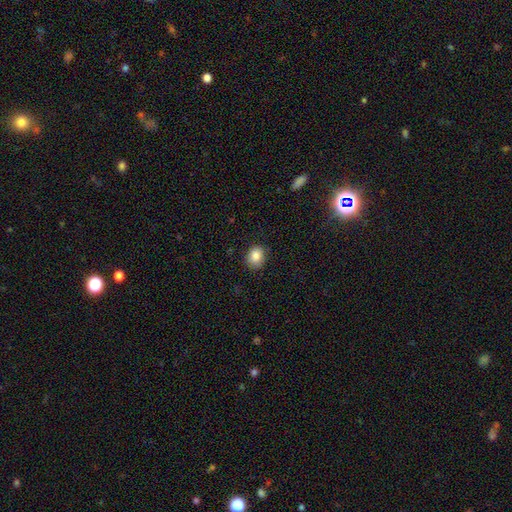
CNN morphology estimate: smooth-or-featured: smooth: 85% | star or artifact: 9% | featured or disk: 6%
  how-rounded: round: 54% | in between: 45% | cigar-shaped: 1%
  merging: none: 84% | minor disturbance: 12% | major disturbance: 3% | merger: 1%